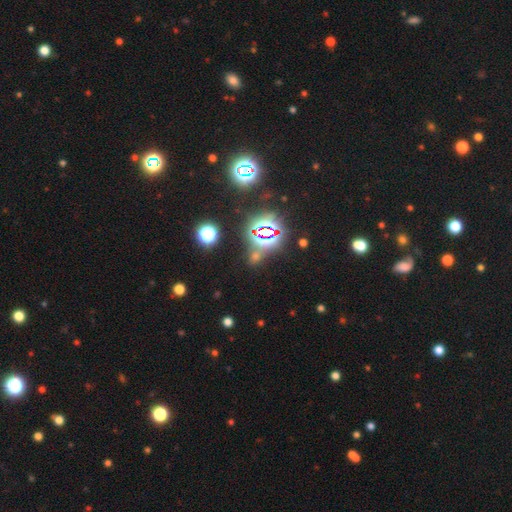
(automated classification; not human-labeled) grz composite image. It shows a star or artifact, not a galaxy (69%).